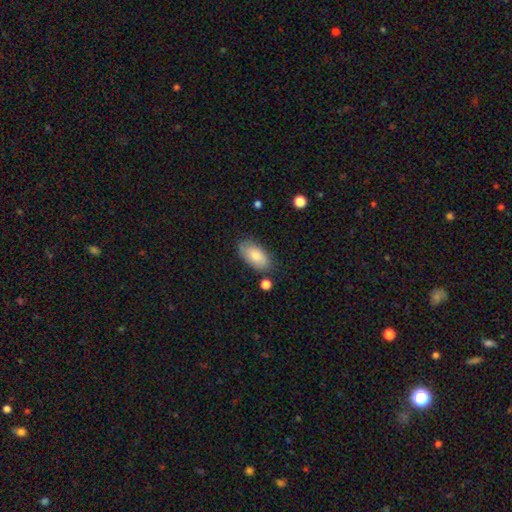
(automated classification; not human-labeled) Smooth or featured? Predicted: smooth (p=0.80). How rounded? Predicted: in between (p=0.94). Merging? Predicted: none (p=0.76).